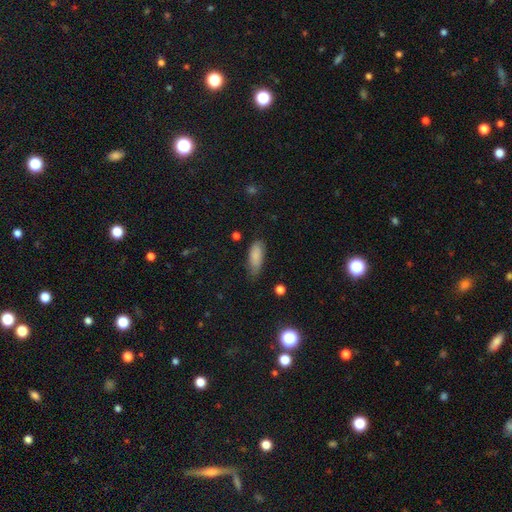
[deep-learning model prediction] A smooth galaxy with no disk features (85%) that is in between round and cigar-shaped (79%).

Vote fractions:
- Smooth or featured? smooth: 85% / featured or disk: 8% / star or artifact: 7%
- How rounded? in between: 79% / cigar-shaped: 19% / round: 2%
- Merging? none: 63% / minor disturbance: 29% / major disturbance: 6% / merger: 2%